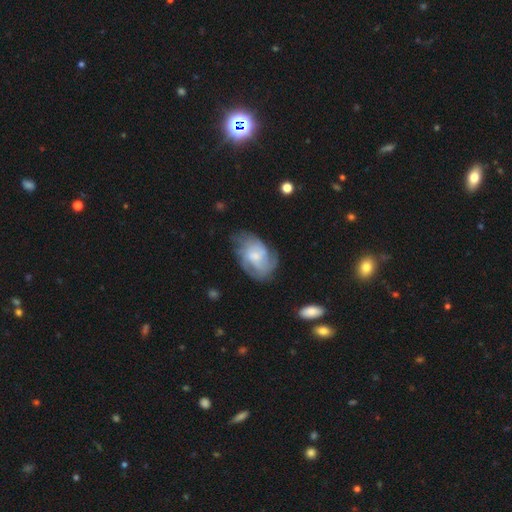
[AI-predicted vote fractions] This appears to be a featured or disk galaxy (64%) with no bar (61%), spiral arms (81%) and a small central bulge (45%). Merging: none (55%).